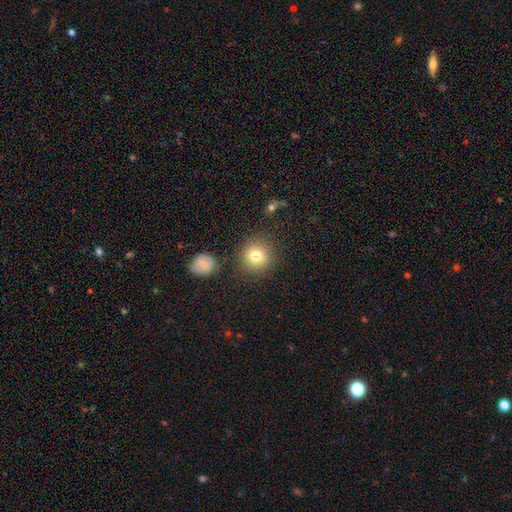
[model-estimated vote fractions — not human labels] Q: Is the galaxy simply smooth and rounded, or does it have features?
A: smooth — 80%.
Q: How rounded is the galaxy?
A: round — 92%.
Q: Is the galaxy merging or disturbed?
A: none — 84%.